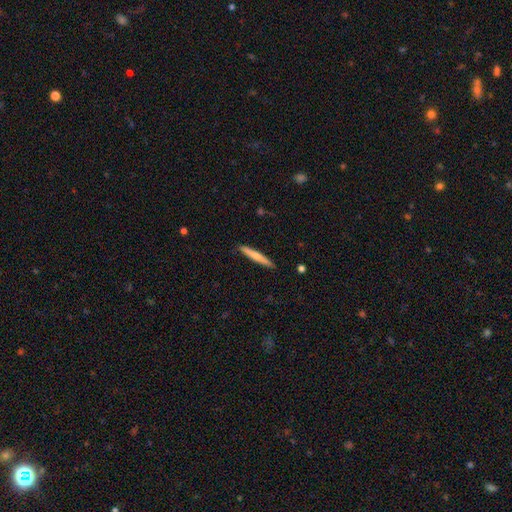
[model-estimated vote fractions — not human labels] A smooth galaxy with no disk features (67%) that is cigar-shaped (95%).

Vote fractions:
- Smooth or featured? smooth: 67% / featured or disk: 28% / star or artifact: 5%
- How rounded? cigar-shaped: 95% / in between: 4% / round: 1%
- Merging? none: 90% / minor disturbance: 7% / major disturbance: 1% / merger: 1%